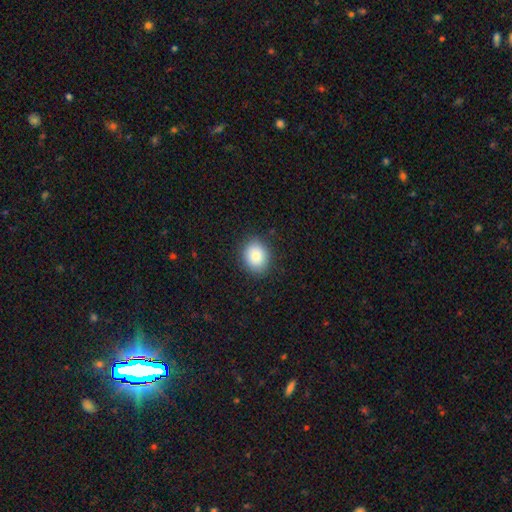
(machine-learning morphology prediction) This is clearly a smooth galaxy (84%). How rounded: likely round (62%). Merging: clearly none (87%).